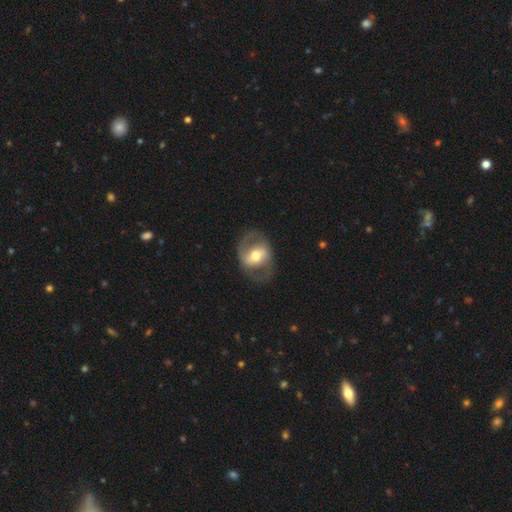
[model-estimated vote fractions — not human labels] Smooth or featured? Predicted: featured or disk (p=0.73). Edge-on disk? Predicted: no (p=0.96). Bar? Predicted: weak (p=0.41). Spiral arms? Predicted: yes (p=0.76). Spiral winding? Predicted: medium (p=0.50). Spiral arm count? Predicted: 2 (p=0.87). Bulge size? Predicted: moderate (p=0.69). Merging? Predicted: none (p=0.75).